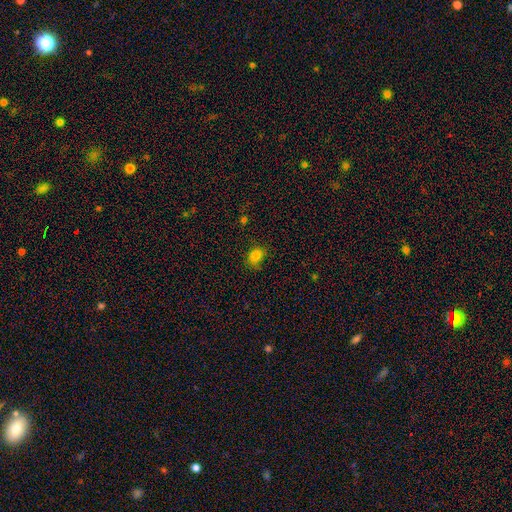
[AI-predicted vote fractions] smooth-or-featured: smooth: 82% | star or artifact: 13% | featured or disk: 5%
  how-rounded: in between: 60% | round: 39% | cigar-shaped: 1%
  merging: none: 69% | minor disturbance: 23% | major disturbance: 6% | merger: 2%